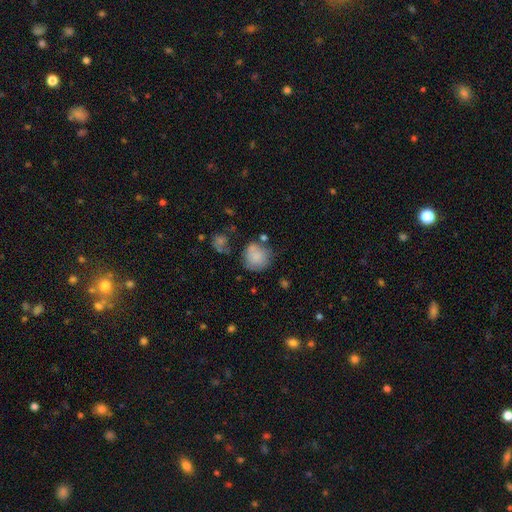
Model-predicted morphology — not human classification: Smooth or featured: smooth — 78% (featured or disk — 13%)
How rounded: round — 84% (in between — 15%)
Merging: none — 56% (minor disturbance — 24%)